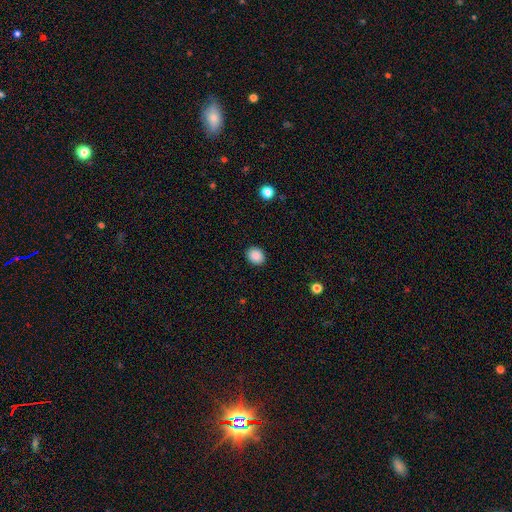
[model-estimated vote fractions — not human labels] Smooth or featured?
  - smooth: 89% *
  - star or artifact: 9%
  - featured or disk: 3%
How rounded?
  - round: 55% *
  - in between: 44%
  - cigar-shaped: 1%
Merging?
  - none: 91% *
  - minor disturbance: 6%
  - major disturbance: 2%
  - merger: 1%